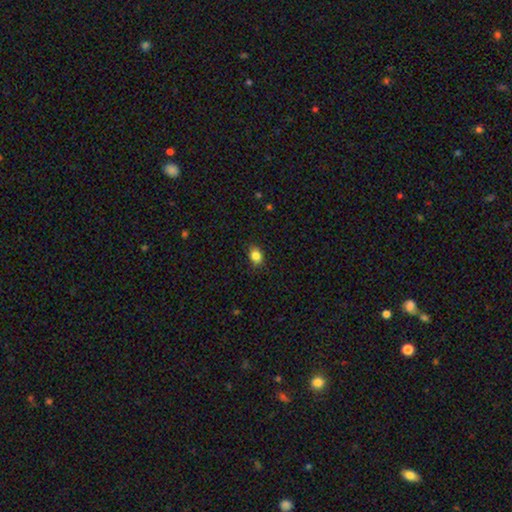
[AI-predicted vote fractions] Smooth or featured?
  - smooth: 85% *
  - star or artifact: 10%
  - featured or disk: 5%
How rounded?
  - in between: 65% *
  - round: 34%
  - cigar-shaped: 1%
Merging?
  - none: 85% *
  - minor disturbance: 11%
  - major disturbance: 2%
  - merger: 1%